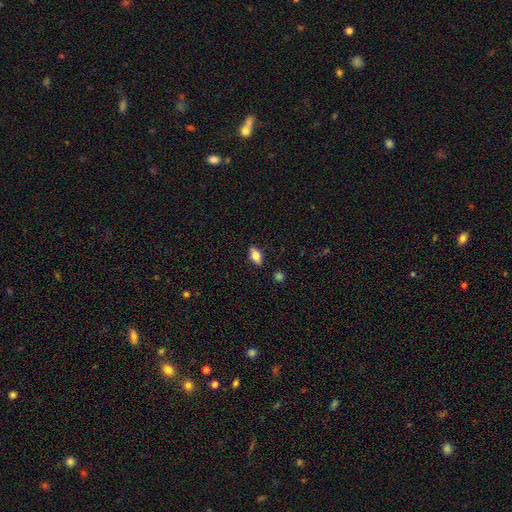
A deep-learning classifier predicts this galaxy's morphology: A smooth galaxy with no disk features (73%) that is in between round and cigar-shaped (87%).

Vote fractions:
- Smooth or featured? smooth: 73% / featured or disk: 19% / star or artifact: 8%
- How rounded? in between: 87% / cigar-shaped: 8% / round: 5%
- Merging? none: 86% / minor disturbance: 10% / major disturbance: 2% / merger: 1%